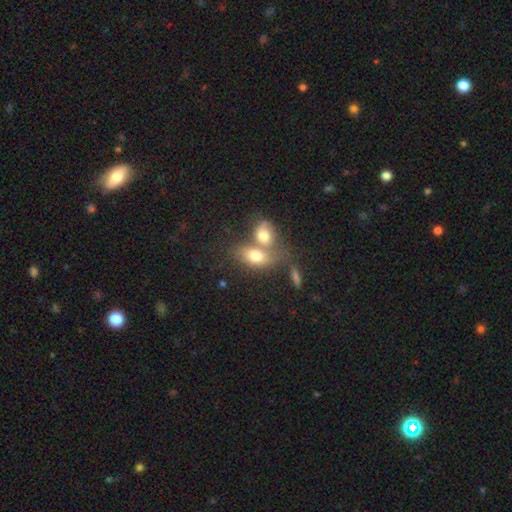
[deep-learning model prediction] smooth 72%, featured or disk 18%, star or artifact 10%. Down the decision tree: how rounded — in between (78%); merging — merger (57%).